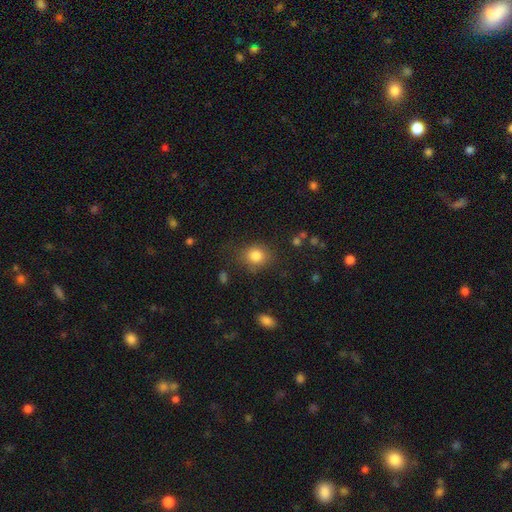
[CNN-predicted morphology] This appears to be a smooth galaxy with no disk features (83%) that is round (74%). Merging: none (78%).